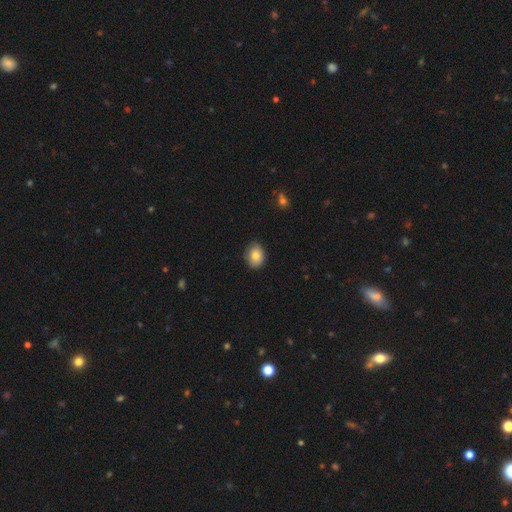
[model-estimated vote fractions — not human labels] Q: Smooth or featured?
A: smooth (81%); runner-up: featured or disk (11%)
Q: How rounded?
A: in between (57%); runner-up: round (42%)
Q: Merging?
A: none (83%); runner-up: minor disturbance (14%)